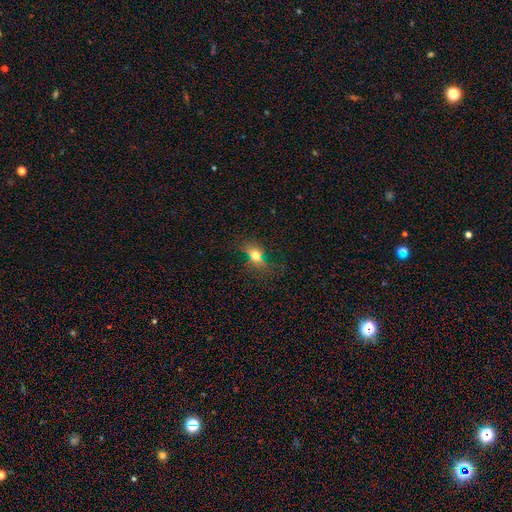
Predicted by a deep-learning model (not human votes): This is likely a smooth galaxy (63%). How rounded: likely in between (65%). Merging: likely none (66%).